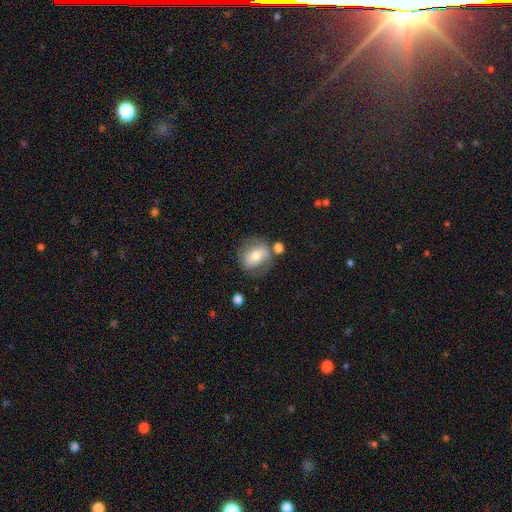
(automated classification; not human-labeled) smooth_or_featured: smooth (p=0.52) [alt: featured or disk p=0.39]
how_rounded: round (p=0.63) [alt: in between p=0.36]
merging: none (p=0.61) [alt: minor disturbance p=0.21]